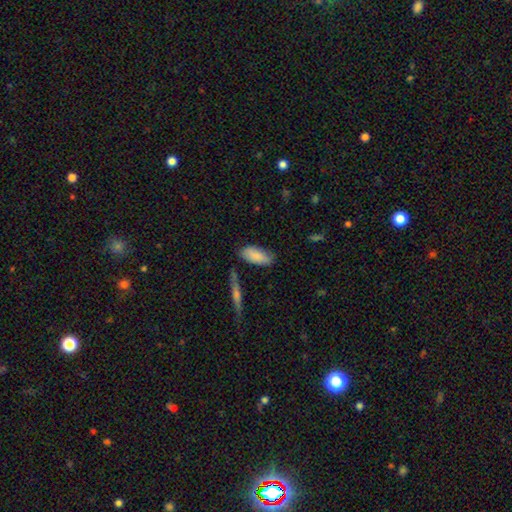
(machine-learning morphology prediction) This appears to be a smooth galaxy with no disk features (84%) that is in between round and cigar-shaped (87%). Merging: none (69%).